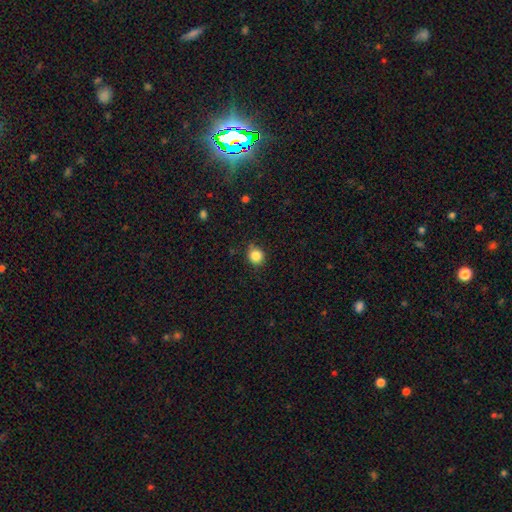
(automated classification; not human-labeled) This is clearly a smooth galaxy (86%). How rounded: clearly round (84%). Merging: clearly none (83%).